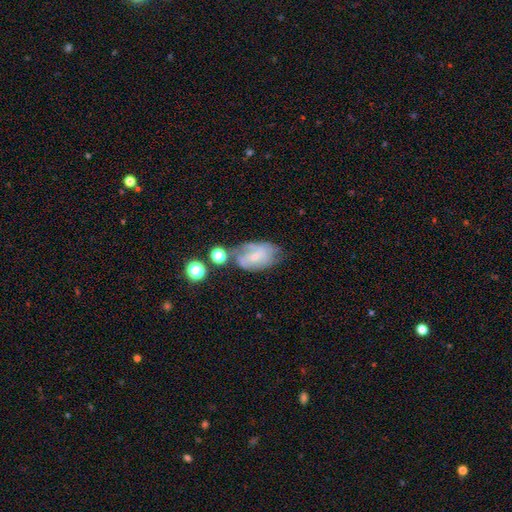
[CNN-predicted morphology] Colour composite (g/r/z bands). It shows a featured or disk galaxy (58%) with no bar (53%), spiral arms (77%) and a small central bulge (60%). Merging: none (41%).